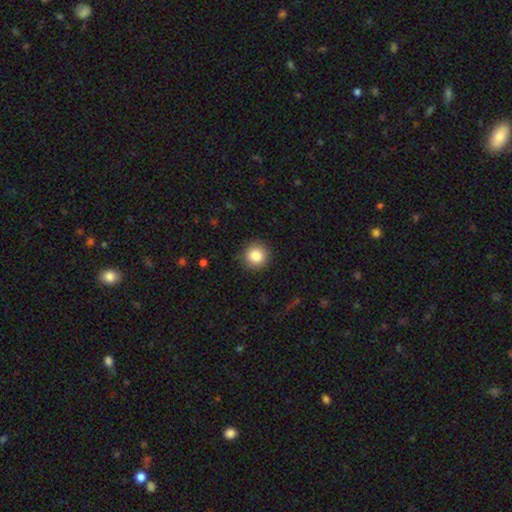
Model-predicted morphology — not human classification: Smooth or featured? smooth (85%)
How rounded? round (93%)
Merging? none (90%)